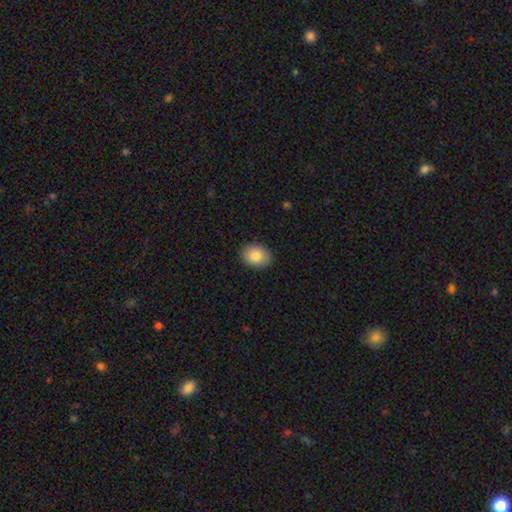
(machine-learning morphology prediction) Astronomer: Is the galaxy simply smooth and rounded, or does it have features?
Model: smooth — 86%.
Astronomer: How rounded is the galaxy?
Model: in between — 68%.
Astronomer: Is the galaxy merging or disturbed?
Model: none — 89%.